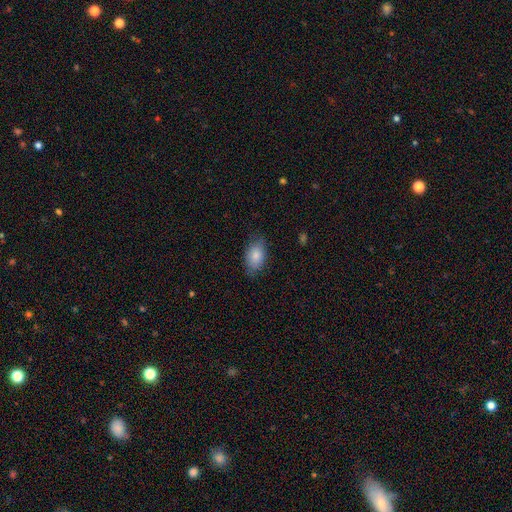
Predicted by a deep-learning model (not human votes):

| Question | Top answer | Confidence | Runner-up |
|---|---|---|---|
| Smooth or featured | smooth | 84% | featured or disk (9%) |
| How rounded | in between | 90% | round (8%) |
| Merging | none | 79% | minor disturbance (16%) |